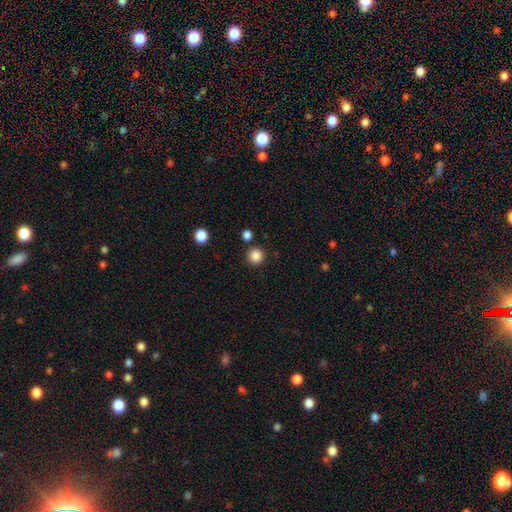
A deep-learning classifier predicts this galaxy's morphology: A smooth galaxy with no disk features (86%) that is round (94%).

Vote fractions:
- Smooth or featured? smooth: 86% / star or artifact: 11% / featured or disk: 3%
- How rounded? round: 94% / in between: 5% / cigar-shaped: 1%
- Merging? none: 87% / minor disturbance: 6% / merger: 5% / major disturbance: 2%